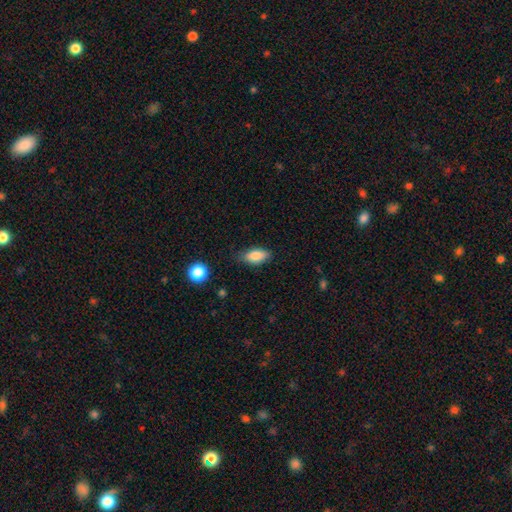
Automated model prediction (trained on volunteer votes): Smooth or featured?
  - smooth: 84% *
  - star or artifact: 8%
  - featured or disk: 8%
How rounded?
  - in between: 88% *
  - cigar-shaped: 8%
  - round: 5%
Merging?
  - none: 79% *
  - minor disturbance: 16%
  - major disturbance: 3%
  - merger: 2%